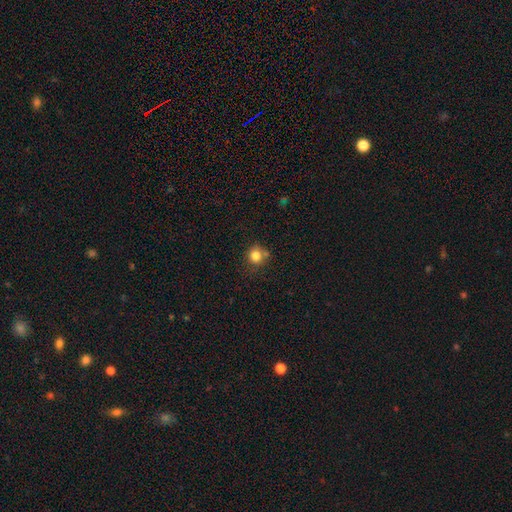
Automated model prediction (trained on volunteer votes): Overall: smooth (81%). How rounded: round (88%). Merging: none (67%).